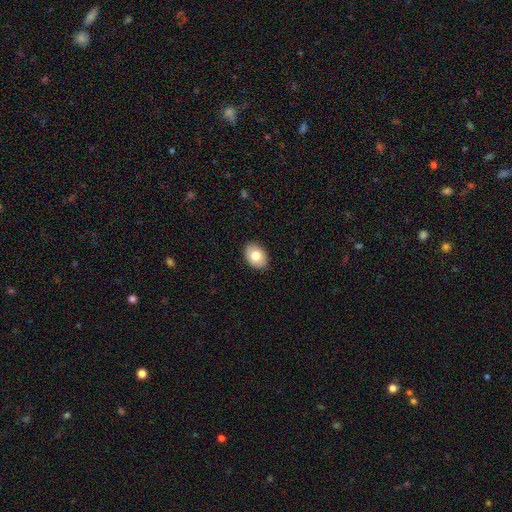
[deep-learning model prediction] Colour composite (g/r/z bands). It shows a smooth galaxy with no disk features (78%) that is in between round and cigar-shaped (78%). Merging: none (90%).